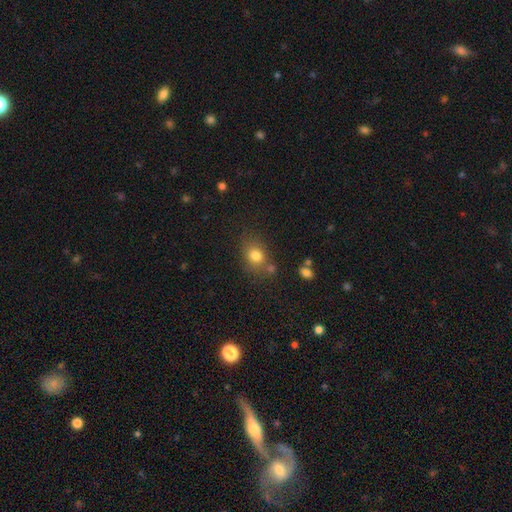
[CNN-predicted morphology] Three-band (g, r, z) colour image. It shows a smooth galaxy with no disk features (80%) that is round (50%). Merging: none (66%).